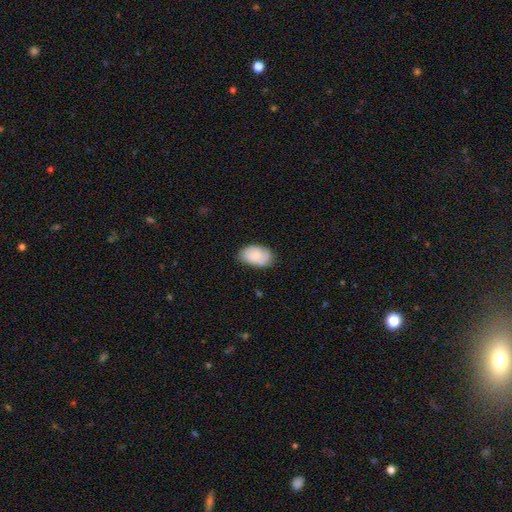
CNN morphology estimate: Smooth or featured? Predicted: smooth (p=0.74). How rounded? Predicted: in between (p=0.92). Merging? Predicted: none (p=0.72).